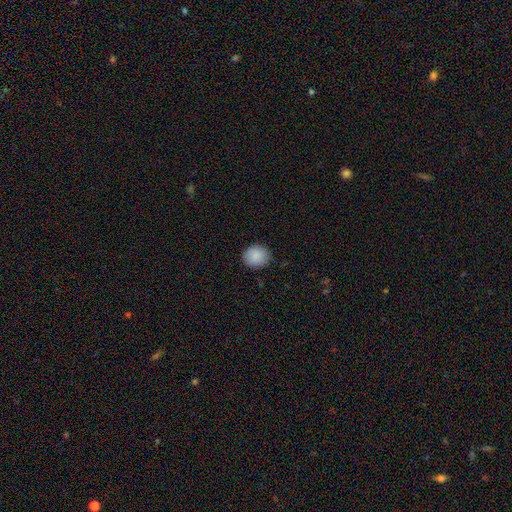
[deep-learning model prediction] smooth 89%, star or artifact 7%, featured or disk 4%. Down the decision tree: how rounded — round (73%); merging — none (86%).